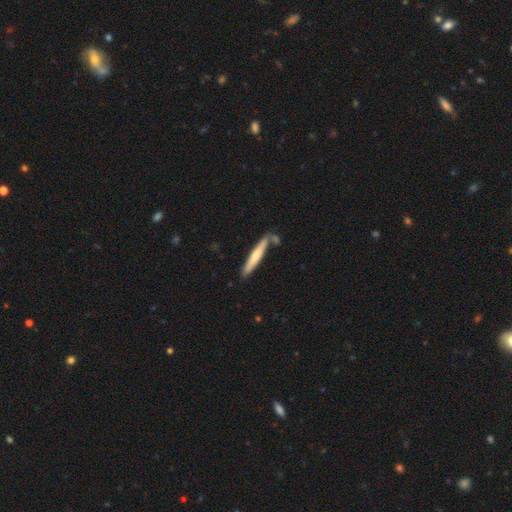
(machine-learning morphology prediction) Smooth or featured? smooth (61%)
How rounded? cigar-shaped (93%)
Merging? none (70%)